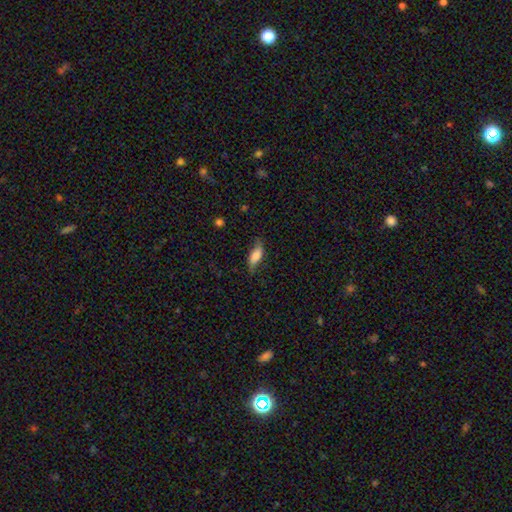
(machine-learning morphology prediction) The model was most divided on "merging": none: 68%, minor disturbance: 24%, major disturbance: 7%, merger: 1%. More confident: how rounded — in between (72%); smooth or featured — smooth (70%).